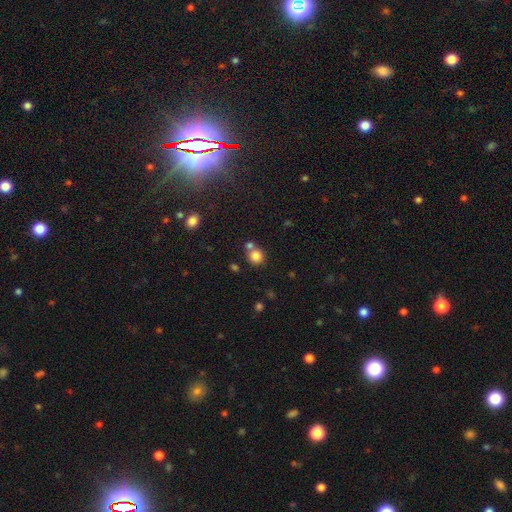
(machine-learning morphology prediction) Smooth or featured? Predicted: smooth (p=0.82). How rounded? Predicted: round (p=0.87). Merging? Predicted: none (p=0.55).